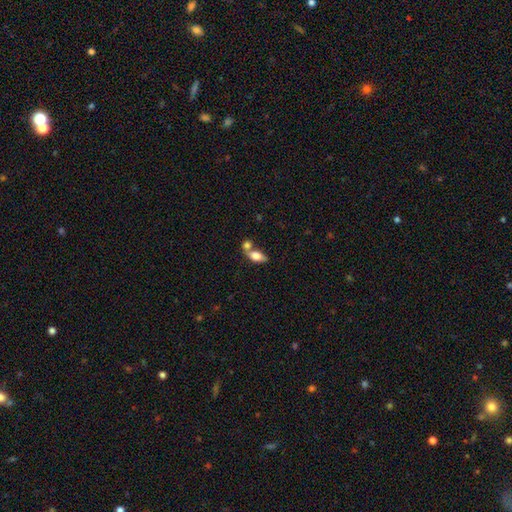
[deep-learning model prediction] This is likely a smooth galaxy (76%). How rounded: clearly in between (85%). Merging: possibly merger (52%).